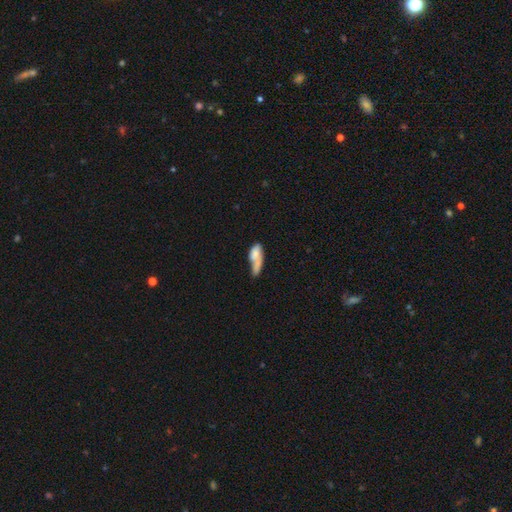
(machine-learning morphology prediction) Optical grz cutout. It shows a smooth galaxy with no disk features (68%) that is in between round and cigar-shaped (68%). Merging: merger (40%).